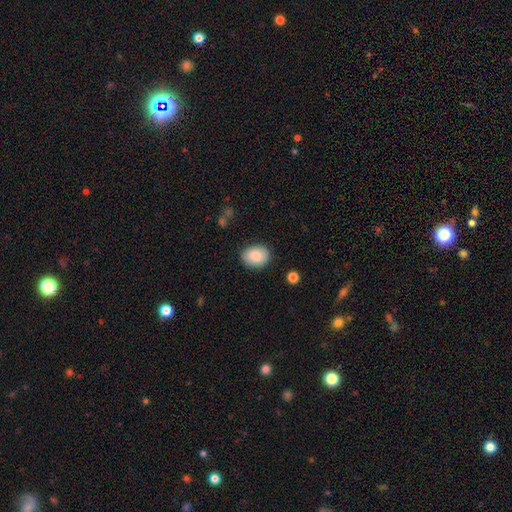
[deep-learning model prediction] Morphology: type=smooth (85%); roundness=in between (56%); merging=none (85%).